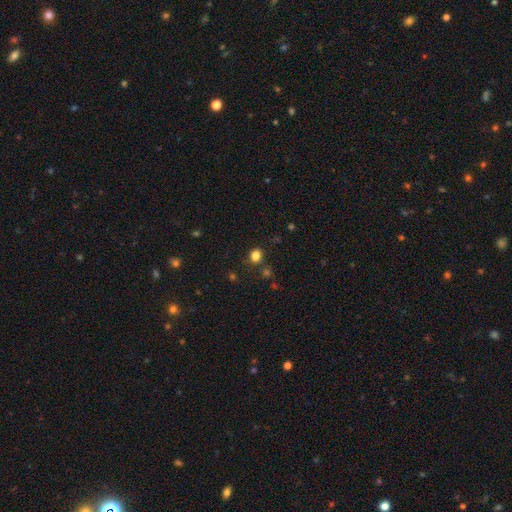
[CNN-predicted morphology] Smooth or featured? Predicted: smooth (p=0.81). How rounded? Predicted: round (p=0.66). Merging? Predicted: none (p=0.79).